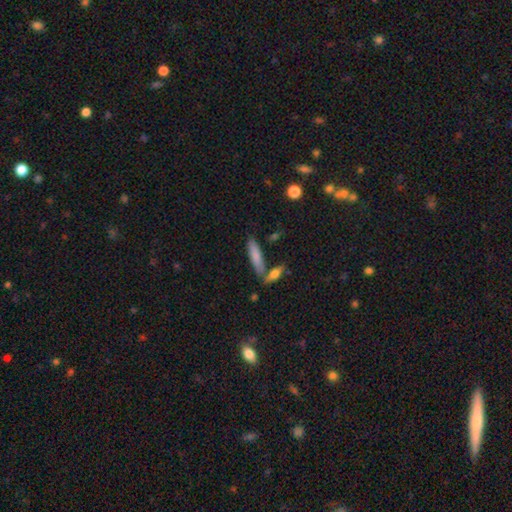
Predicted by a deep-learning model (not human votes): Smooth or featured: smooth — 77% (featured or disk — 16%)
How rounded: cigar-shaped — 66% (in between — 32%)
Merging: none — 66% (merger — 18%)